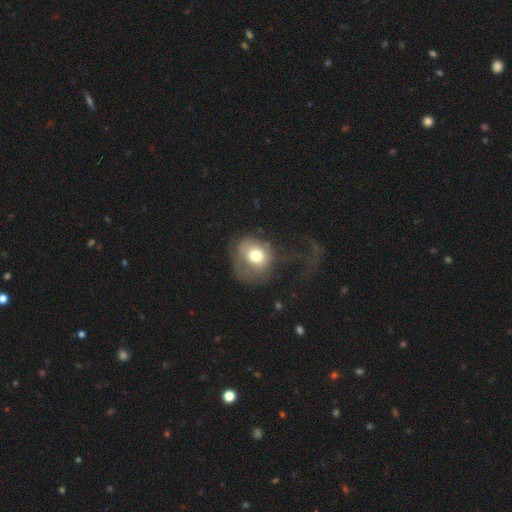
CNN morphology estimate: type=smooth (64%); roundness=round (70%); merging=major disturbance (48%).